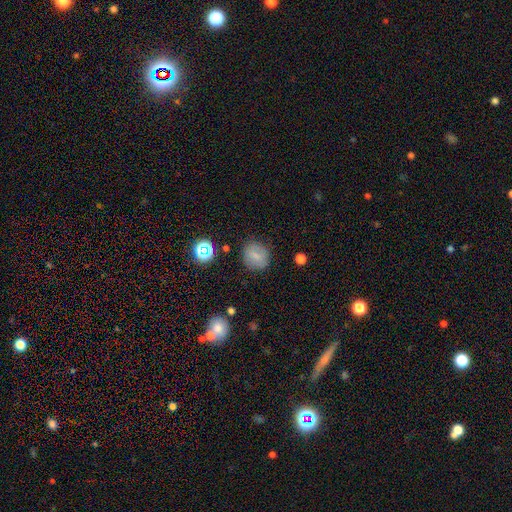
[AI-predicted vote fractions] Overall: smooth (69%). How rounded: round (77%). Merging: none (82%).